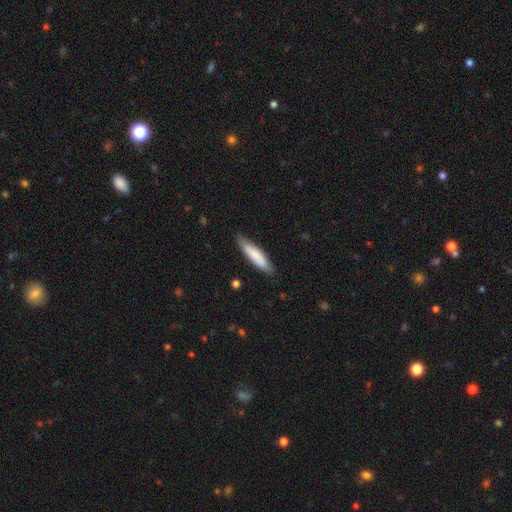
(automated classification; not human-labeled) Smooth or featured: smooth — 80% (featured or disk — 15%)
How rounded: cigar-shaped — 78% (in between — 21%)
Merging: none — 83% (minor disturbance — 14%)